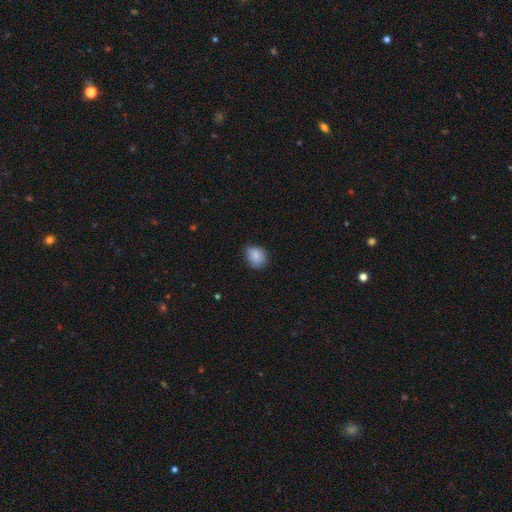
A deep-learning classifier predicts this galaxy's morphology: Smooth or featured?
  - smooth: 86% *
  - star or artifact: 8%
  - featured or disk: 6%
How rounded?
  - round: 53% *
  - in between: 46%
  - cigar-shaped: 1%
Merging?
  - none: 72% *
  - minor disturbance: 23%
  - major disturbance: 4%
  - merger: 1%